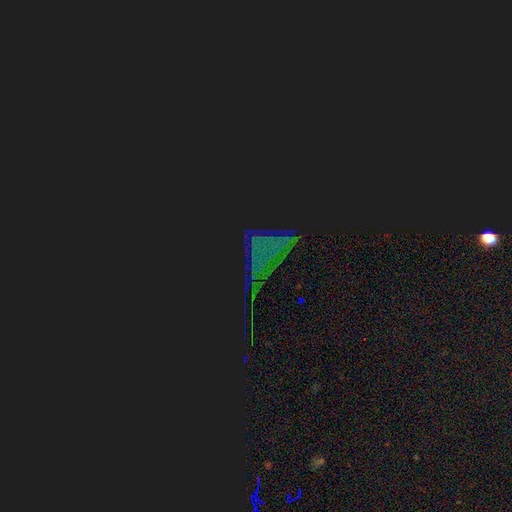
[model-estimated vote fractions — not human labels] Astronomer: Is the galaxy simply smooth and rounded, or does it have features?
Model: star or artifact — 74%.